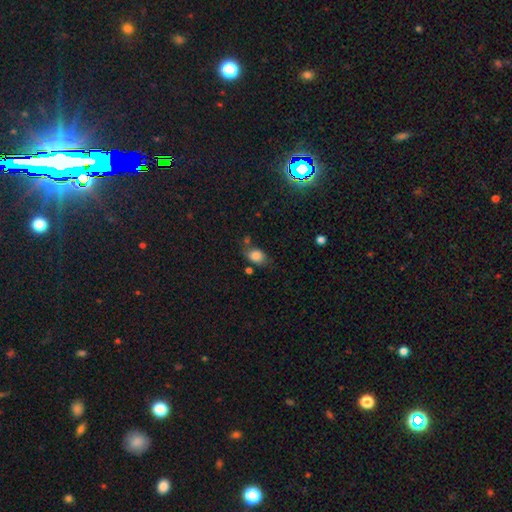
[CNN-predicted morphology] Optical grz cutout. It shows a smooth galaxy with no disk features (81%) that is in between round and cigar-shaped (75%). Merging: none (59%).